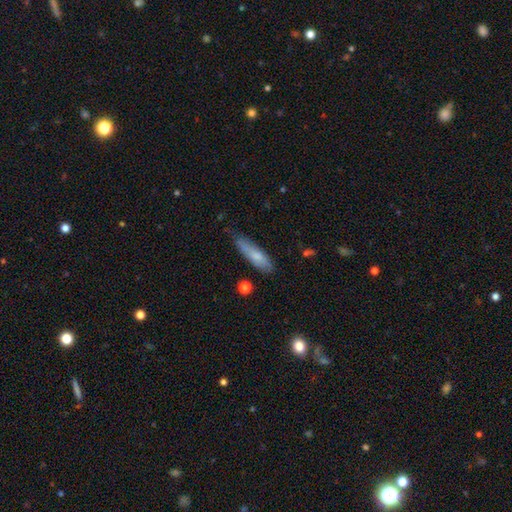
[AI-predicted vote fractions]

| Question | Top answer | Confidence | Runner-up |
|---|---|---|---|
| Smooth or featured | smooth | 71% | featured or disk (23%) |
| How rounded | cigar-shaped | 66% | in between (32%) |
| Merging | none | 66% | minor disturbance (27%) |